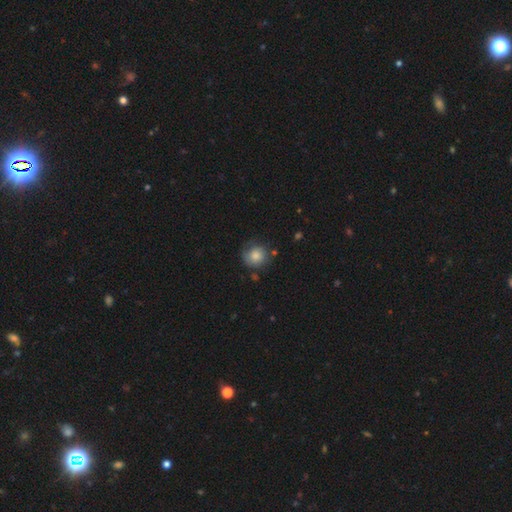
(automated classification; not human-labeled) Smooth or featured: smooth — 77% (featured or disk — 15%)
How rounded: round — 87% (in between — 12%)
Merging: none — 66% (minor disturbance — 23%)